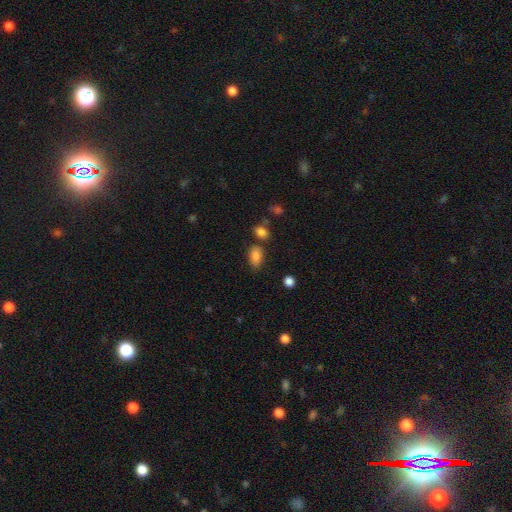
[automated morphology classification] Overall: smooth (85%). How rounded: in between (89%). Merging: none (64%).